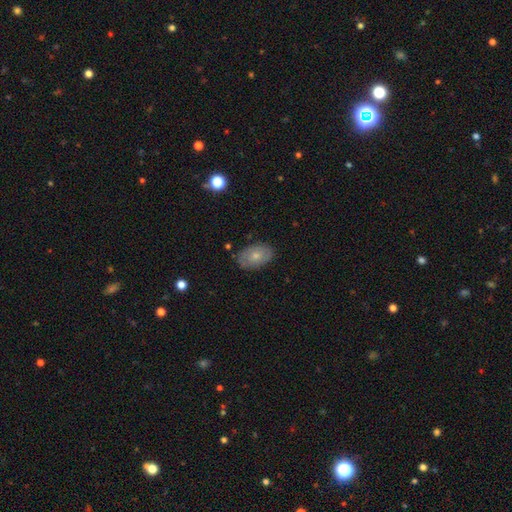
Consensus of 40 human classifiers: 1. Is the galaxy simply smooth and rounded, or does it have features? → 57% smooth, 30% featured or disk, 12% star or artifact.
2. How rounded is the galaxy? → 83% in between, 17% round, 0% cigar-shaped.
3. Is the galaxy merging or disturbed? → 80% none, 17% minor disturbance, 3% merger, 0% major disturbance.